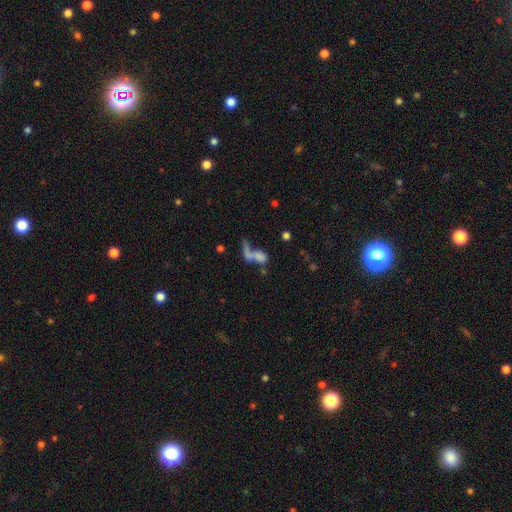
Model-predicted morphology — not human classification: smooth 64%, featured or disk 22%, star or artifact 14%. Down the decision tree: how rounded — in between (66%); merging — merger (54%).